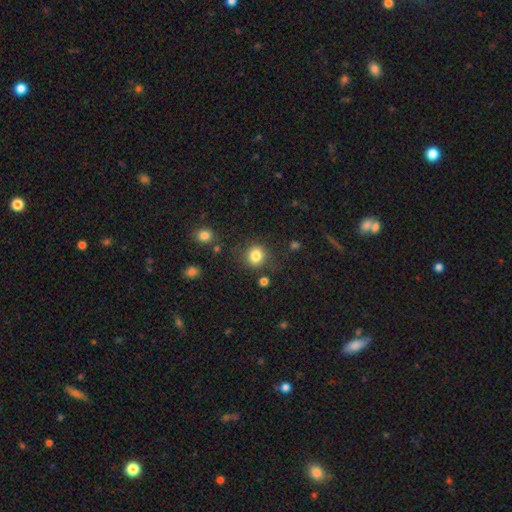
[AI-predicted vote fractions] A smooth galaxy with no disk features (83%) that is round (84%).

Vote fractions:
- Smooth or featured? smooth: 83% / star or artifact: 11% / featured or disk: 6%
- How rounded? round: 84% / in between: 15% / cigar-shaped: 1%
- Merging? none: 82% / minor disturbance: 10% / major disturbance: 4% / merger: 4%